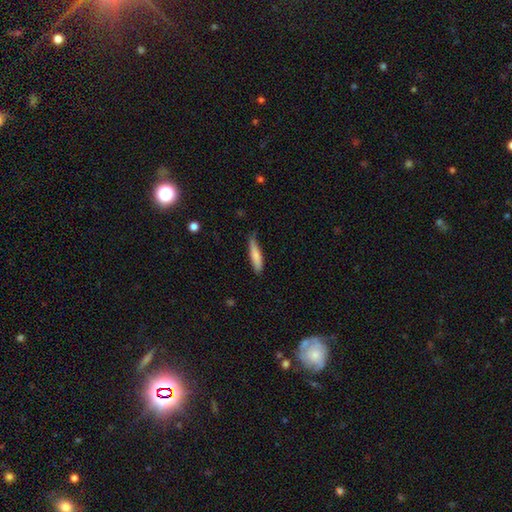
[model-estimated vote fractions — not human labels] smooth-or-featured: smooth: 78% | featured or disk: 16% | star or artifact: 6%
  how-rounded: cigar-shaped: 82% | in between: 17% | round: 1%
  merging: none: 74% | minor disturbance: 22% | major disturbance: 3% | merger: 2%